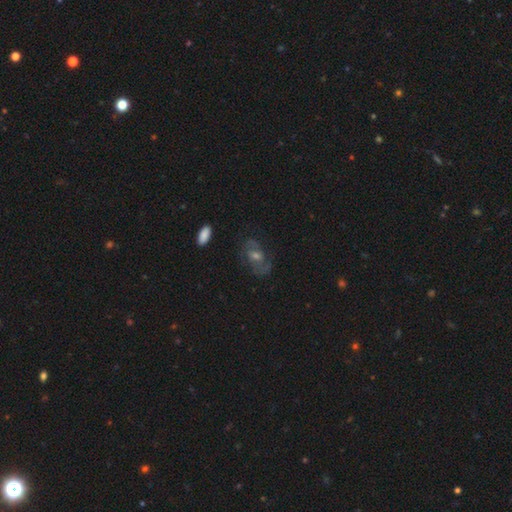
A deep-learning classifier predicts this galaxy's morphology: A featured or disk galaxy (63%) with no bar (60%), spiral arms (77%) and a moderate central bulge (58%). Merging: none (71%).